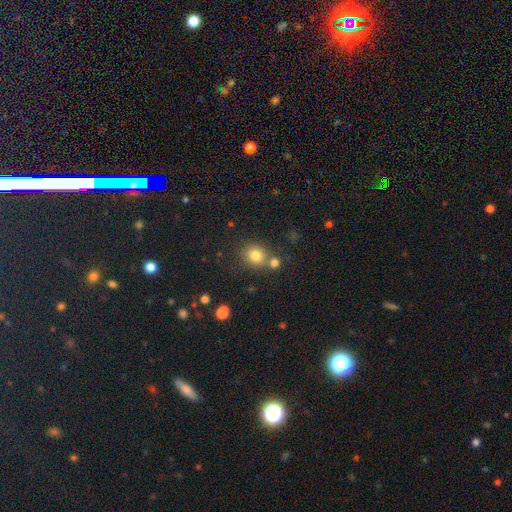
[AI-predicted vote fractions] Smooth or featured?
  - smooth: 80% *
  - star or artifact: 13%
  - featured or disk: 7%
How rounded?
  - round: 84% *
  - in between: 15%
  - cigar-shaped: 1%
Merging?
  - none: 66% *
  - merger: 21%
  - minor disturbance: 9%
  - major disturbance: 3%